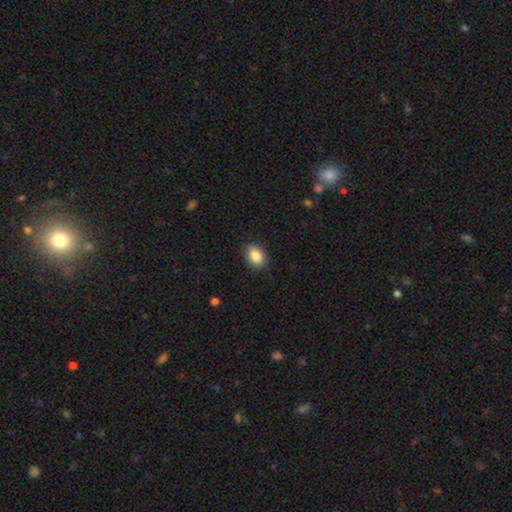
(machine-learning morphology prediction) smooth-or-featured: smooth: 85% | star or artifact: 8% | featured or disk: 6%
  how-rounded: in between: 69% | round: 30% | cigar-shaped: 1%
  merging: none: 87% | minor disturbance: 10% | major disturbance: 2% | merger: 1%